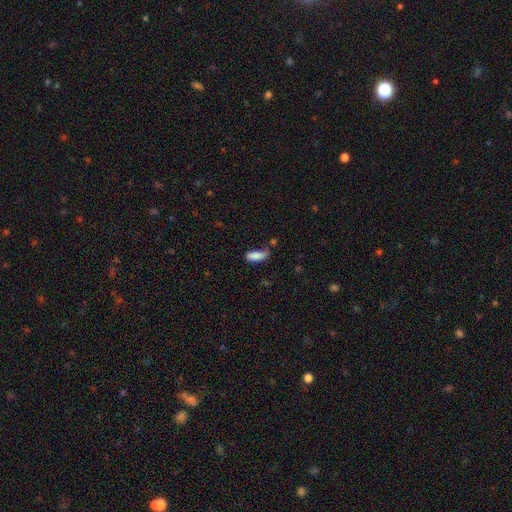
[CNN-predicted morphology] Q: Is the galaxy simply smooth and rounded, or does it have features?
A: smooth — 83%.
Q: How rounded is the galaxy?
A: in between — 70%.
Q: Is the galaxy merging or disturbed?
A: none — 44%.